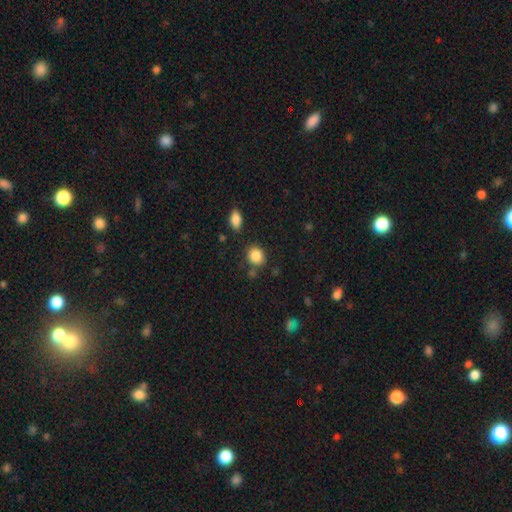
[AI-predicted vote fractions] This is clearly a smooth galaxy (87%). How rounded: likely round (63%). Merging: likely none (77%).